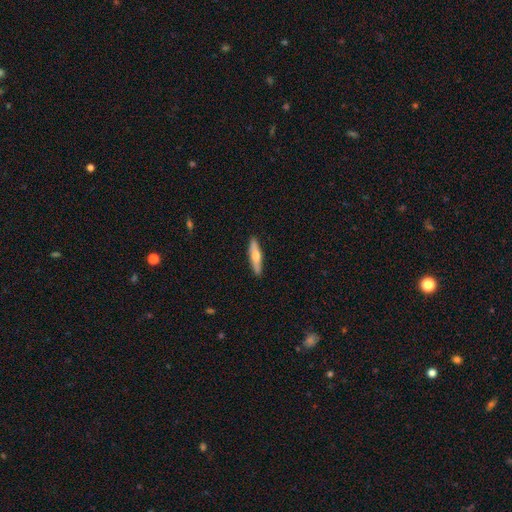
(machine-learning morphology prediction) smooth-or-featured: smooth: 52% | featured or disk: 42% | star or artifact: 5%
  how-rounded: cigar-shaped: 81% | in between: 17% | round: 2%
  merging: none: 90% | minor disturbance: 7% | major disturbance: 1% | merger: 1%